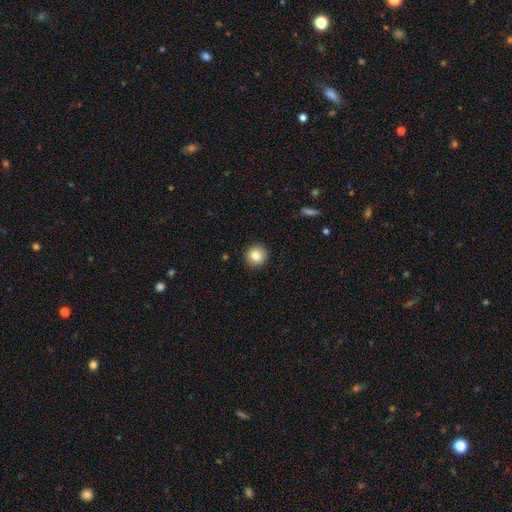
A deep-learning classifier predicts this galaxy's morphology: smooth-or-featured: smooth: 83% | star or artifact: 9% | featured or disk: 8%
  how-rounded: round: 95% | in between: 4% | cigar-shaped: 1%
  merging: none: 93% | minor disturbance: 5% | major disturbance: 2% | merger: 1%